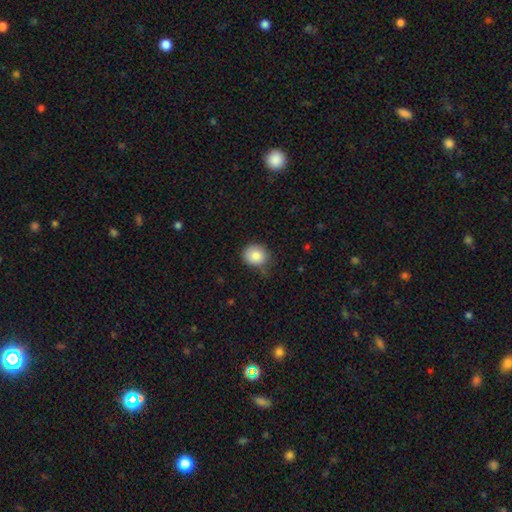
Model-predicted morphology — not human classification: Smooth or featured: smooth — 84% (star or artifact — 9%)
How rounded: round — 78% (in between — 21%)
Merging: none — 68% (minor disturbance — 25%)